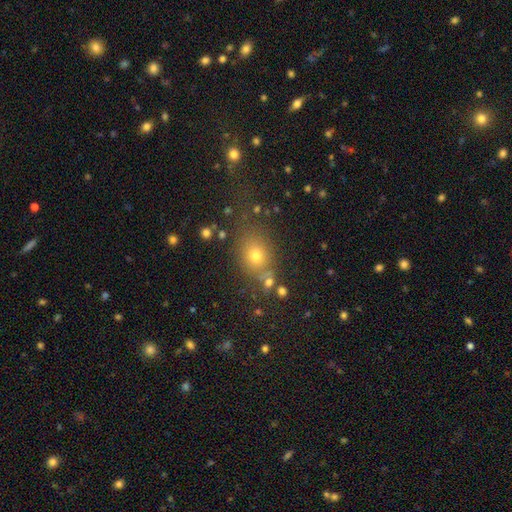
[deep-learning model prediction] This is likely a smooth galaxy (67%). How rounded: possibly round (54%). Merging: likely none (67%).